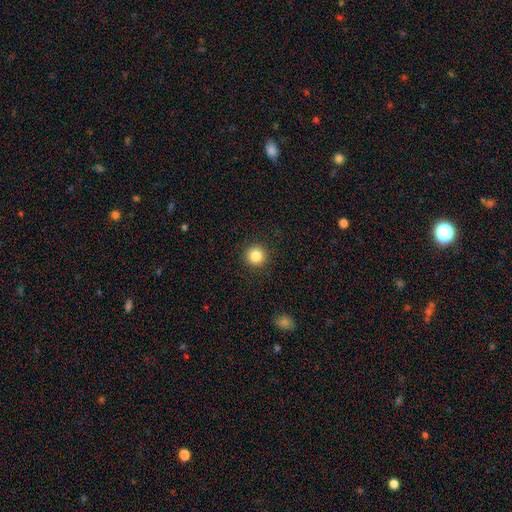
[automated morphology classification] type=smooth (85%); roundness=round (95%); merging=none (92%).